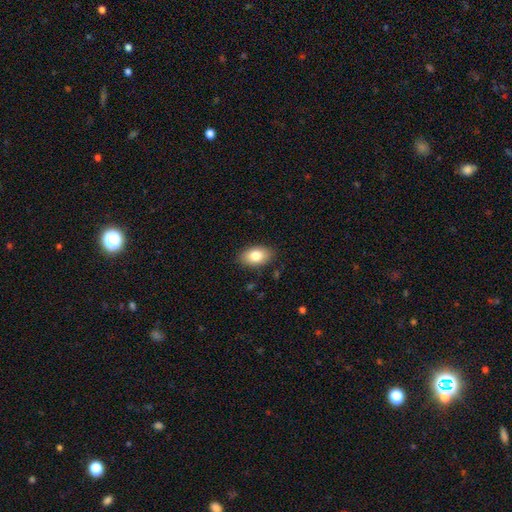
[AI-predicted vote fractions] Morphology: type=smooth (82%); roundness=in between (91%); merging=none (87%).